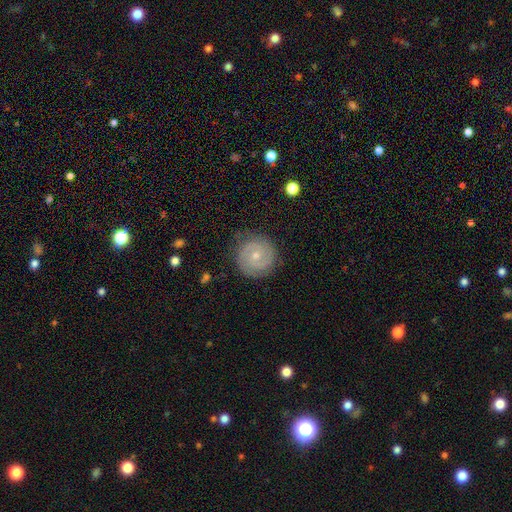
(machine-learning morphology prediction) A featured or disk galaxy (73%) with no bar (65%), 2 (78%) tight (65%) spiral arms (93%) and a small central bulge (61%).

Vote fractions:
- Smooth or featured? featured or disk: 73% / smooth: 20% / star or artifact: 6%
- Edge-on disk? no: 98% / yes: 2%
- Bar? no: 65% / weak: 30% / strong: 5%
- Spiral arms? yes: 93% / no: 7%
- Spiral winding? tight: 65% / medium: 29% / loose: 6%
- Spiral arm count? 2: 78% / can't tell: 10% / 3: 7% / 1: 2% / 4: 2% / more than 4: 2%
- Bulge size? small: 61% / moderate: 35% / none: 2% / large: 1% / dominant: 1%
- Merging? none: 83% / minor disturbance: 12% / major disturbance: 3% / merger: 1%